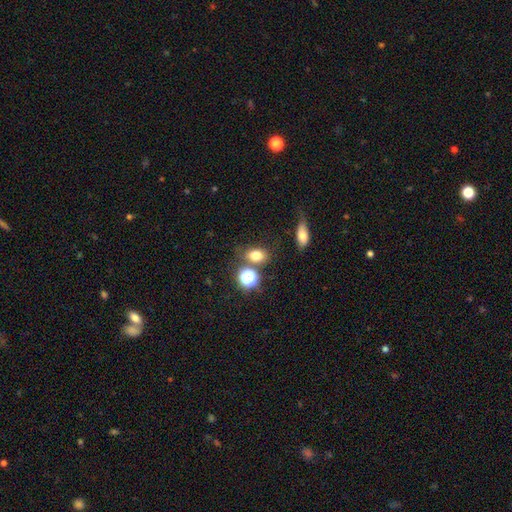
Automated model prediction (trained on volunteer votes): Overall: smooth (75%). How rounded: in between (62%; round 36%). Merging: none (69%).